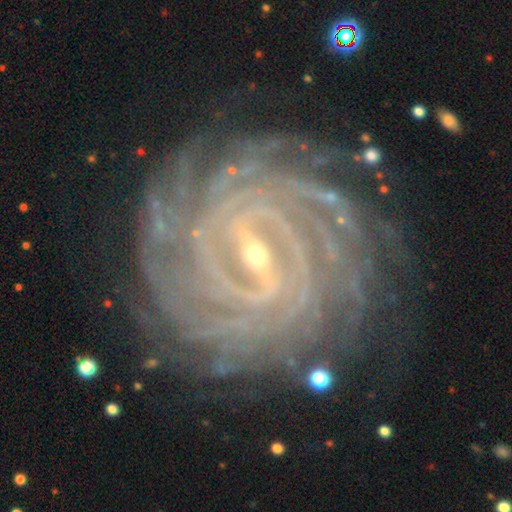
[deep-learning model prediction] smooth_or_featured: featured or disk (p=0.93) [alt: star or artifact p=0.04]
disk_edge_on: no (p=0.97) [alt: yes p=0.03]
bar: strong (p=0.66) [alt: weak p=0.25]
has_spiral_arms: yes (p=0.98) [alt: no p=0.02]
spiral_winding: tight (p=0.84) [alt: medium p=0.13]
spiral_arm_count: more than 4 (p=0.29) [alt: 4 p=0.27]
bulge_size: small (p=0.75) [alt: moderate p=0.22]
merging: none (p=0.78) [alt: minor disturbance p=0.15]